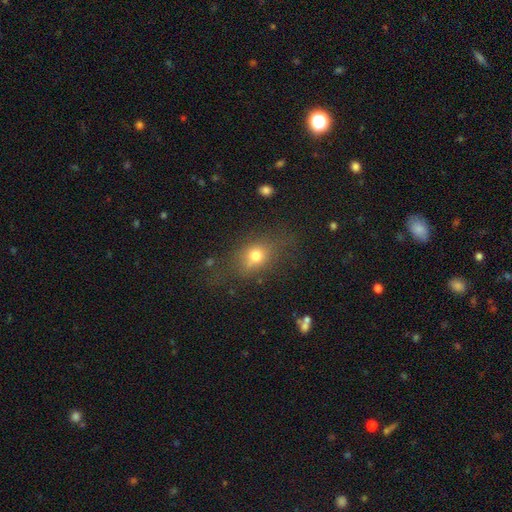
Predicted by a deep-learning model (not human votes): Q: Smooth or featured?
A: smooth (70%); runner-up: featured or disk (16%)
Q: How rounded?
A: in between (53%); runner-up: round (43%)
Q: Merging?
A: none (62%); runner-up: minor disturbance (20%)